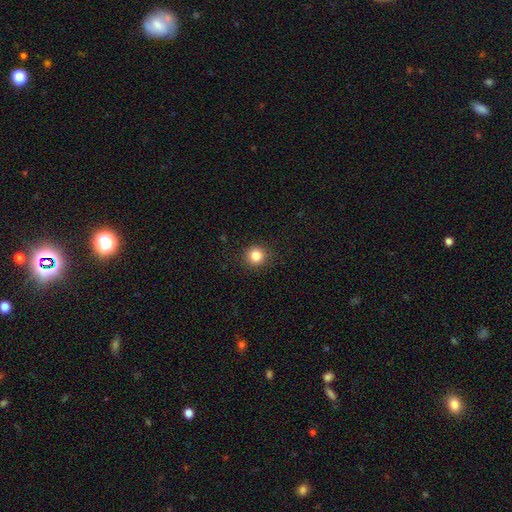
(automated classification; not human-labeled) This is clearly a smooth galaxy (84%). How rounded: clearly round (93%). Merging: clearly none (90%).